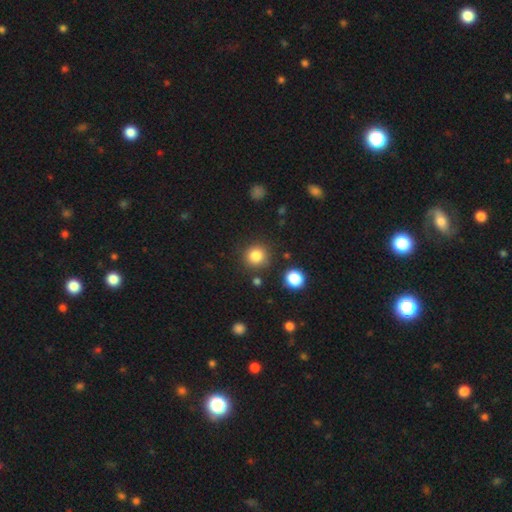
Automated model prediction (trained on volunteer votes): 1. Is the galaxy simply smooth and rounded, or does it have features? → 83% smooth, 11% star or artifact, 5% featured or disk.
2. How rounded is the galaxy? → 93% round, 6% in between, 1% cigar-shaped.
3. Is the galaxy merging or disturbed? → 86% none, 8% minor disturbance, 4% merger, 3% major disturbance.